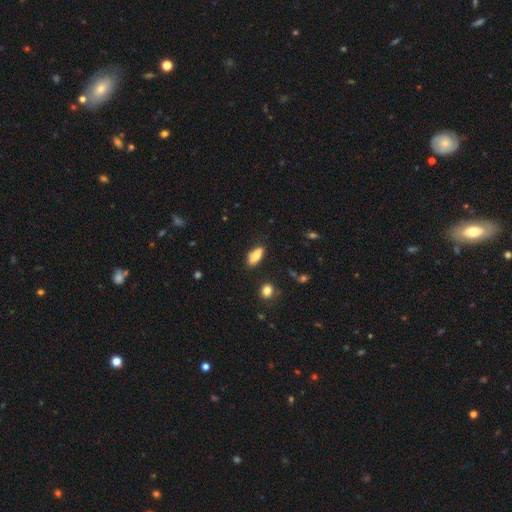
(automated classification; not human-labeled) A smooth galaxy with no disk features (80%) that is in between round and cigar-shaped (79%).

Vote fractions:
- Smooth or featured? smooth: 80% / featured or disk: 13% / star or artifact: 8%
- How rounded? in between: 79% / cigar-shaped: 18% / round: 3%
- Merging? none: 81% / minor disturbance: 14% / major disturbance: 3% / merger: 2%